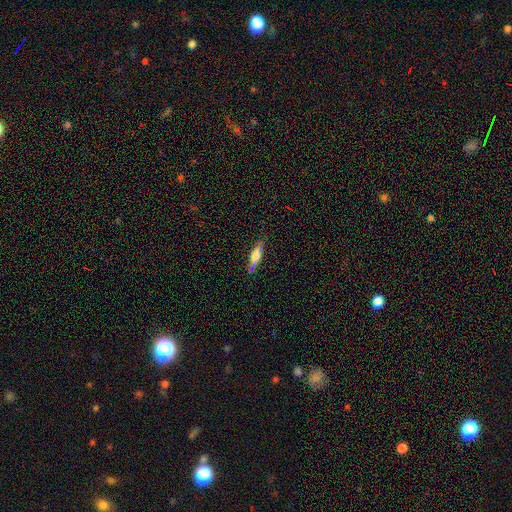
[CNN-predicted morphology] type=smooth (61%); roundness=cigar-shaped (63%); merging=none (64%).